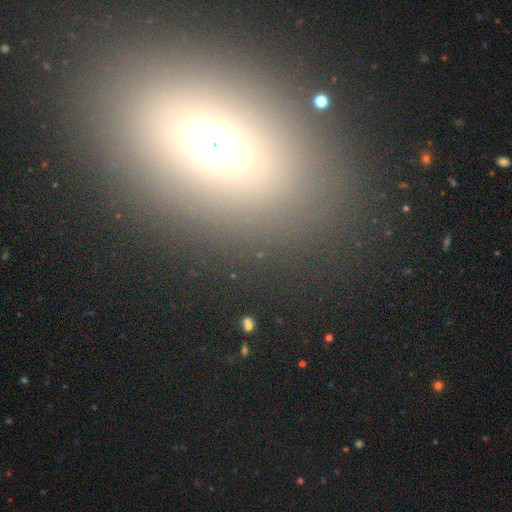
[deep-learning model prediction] A smooth galaxy with no disk features (58%) that is in between round and cigar-shaped (72%). Merging: none (85%).